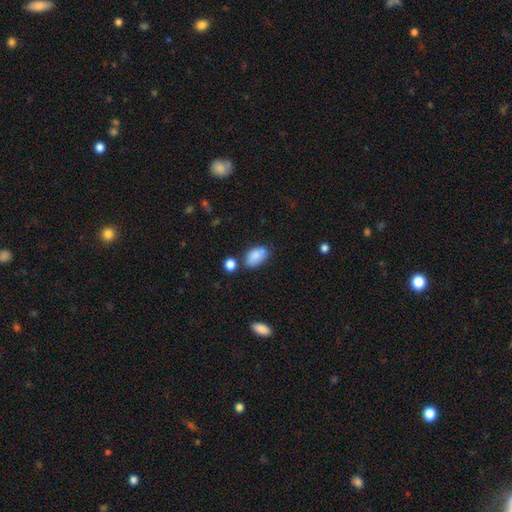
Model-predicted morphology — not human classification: Smooth or featured: smooth — 83% (featured or disk — 9%)
How rounded: in between — 92% (round — 7%)
Merging: none — 61% (minor disturbance — 22%)